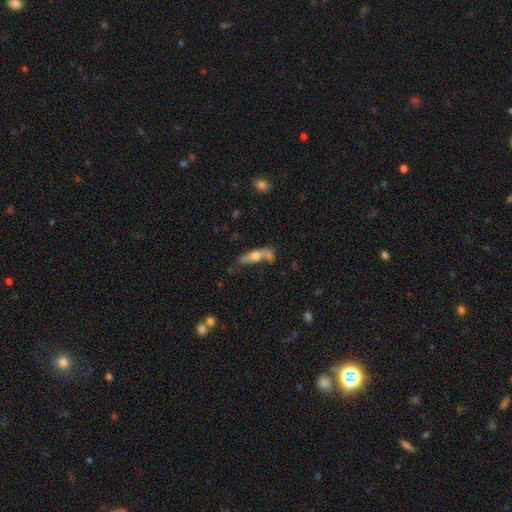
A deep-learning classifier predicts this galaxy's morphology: This appears to be a smooth galaxy with no disk features (51%) that is cigar-shaped (64%). Merging: none (47%).